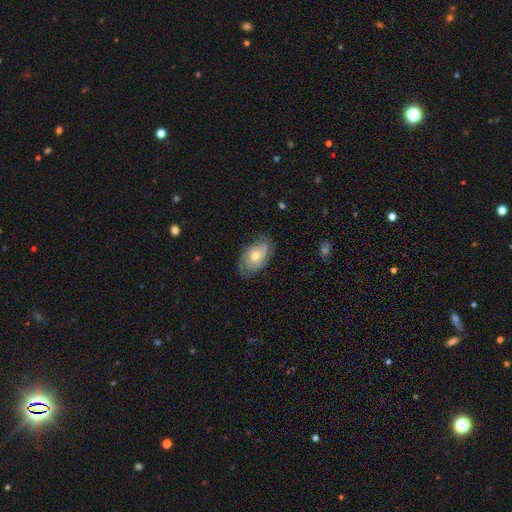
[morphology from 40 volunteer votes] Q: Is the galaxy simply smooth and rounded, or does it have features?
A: featured or disk — 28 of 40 (70%).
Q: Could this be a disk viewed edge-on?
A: no — 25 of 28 (89%).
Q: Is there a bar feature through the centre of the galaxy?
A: no — 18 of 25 (72%).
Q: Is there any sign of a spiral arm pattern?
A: yes — 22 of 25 (88%).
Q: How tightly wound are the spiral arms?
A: tight — 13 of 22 (59%).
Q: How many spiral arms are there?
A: can't tell — 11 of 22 (50%).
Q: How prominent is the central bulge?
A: moderate — 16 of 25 (64%).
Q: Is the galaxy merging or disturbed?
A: none — 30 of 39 (77%).